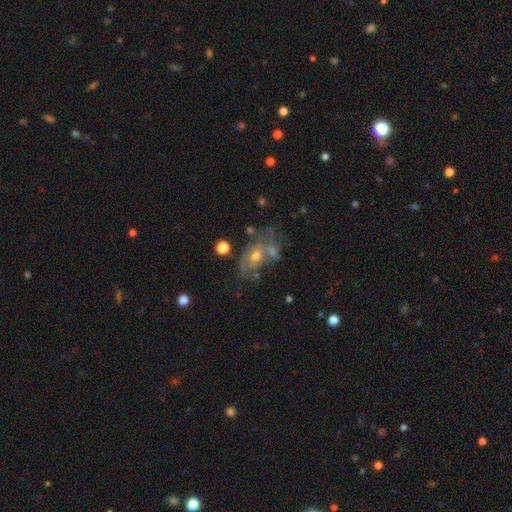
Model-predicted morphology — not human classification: Q: Smooth or featured?
A: featured or disk (58%); runner-up: smooth (24%)
Q: Edge-on disk?
A: no (94%); runner-up: yes (6%)
Q: Bar?
A: no (79%); runner-up: weak (17%)
Q: Spiral arms?
A: yes (60%); runner-up: no (40%)
Q: Bulge size?
A: moderate (56%); runner-up: small (35%)
Q: Merging?
A: none (44%); runner-up: merger (22%)